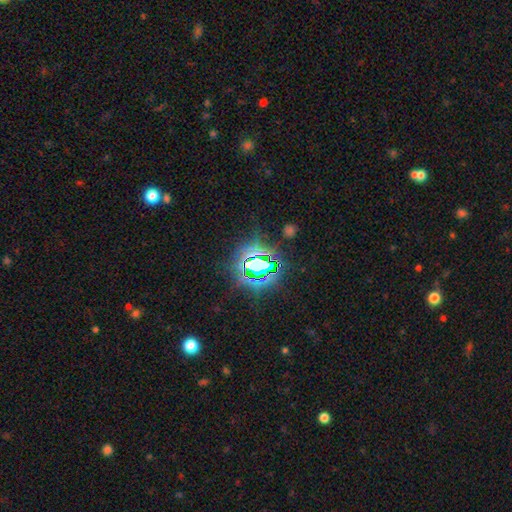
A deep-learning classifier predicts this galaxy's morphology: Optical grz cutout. It shows a star or artifact, not a galaxy (81%).